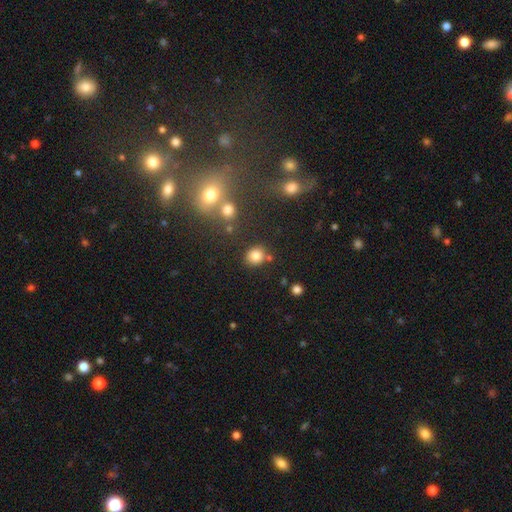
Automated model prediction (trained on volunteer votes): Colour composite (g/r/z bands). It shows a smooth galaxy with no disk features (81%) that is round (72%). Merging: none (79%).